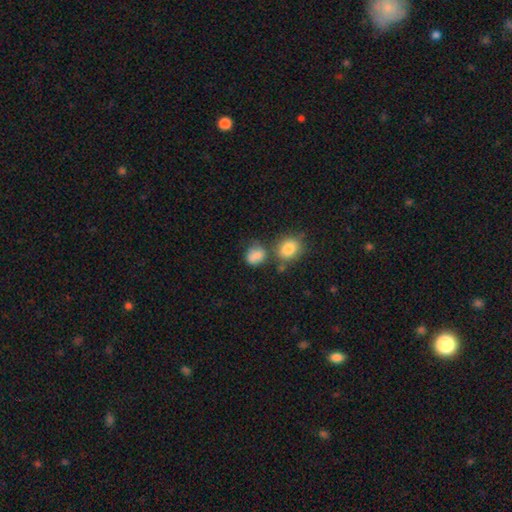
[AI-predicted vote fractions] Smooth or featured: smooth — 83% (star or artifact — 10%)
How rounded: in between — 50% (round — 48%)
Merging: none — 50% (merger — 21%)